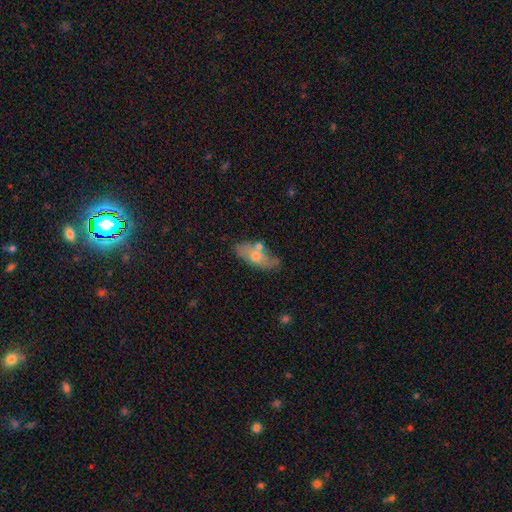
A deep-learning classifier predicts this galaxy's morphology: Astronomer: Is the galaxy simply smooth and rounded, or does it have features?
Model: smooth — 53% (runner-up: featured or disk, 39%).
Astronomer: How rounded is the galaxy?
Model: in between — 77%.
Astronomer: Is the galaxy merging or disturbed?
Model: none — 62%.